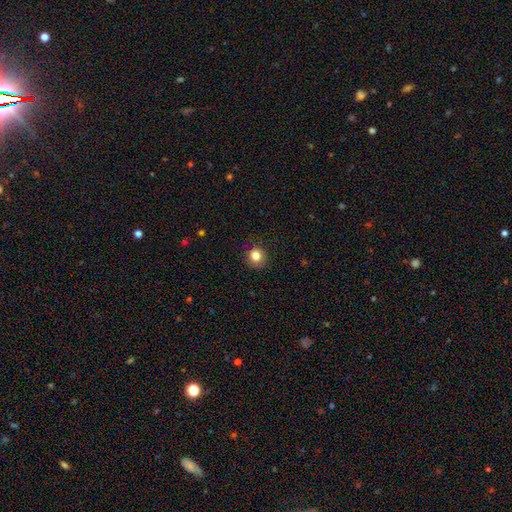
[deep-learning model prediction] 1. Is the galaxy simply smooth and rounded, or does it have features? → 82% smooth, 12% star or artifact, 6% featured or disk.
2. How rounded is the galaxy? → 88% round, 11% in between, 1% cigar-shaped.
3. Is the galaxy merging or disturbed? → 88% none, 9% minor disturbance, 2% major disturbance, 1% merger.